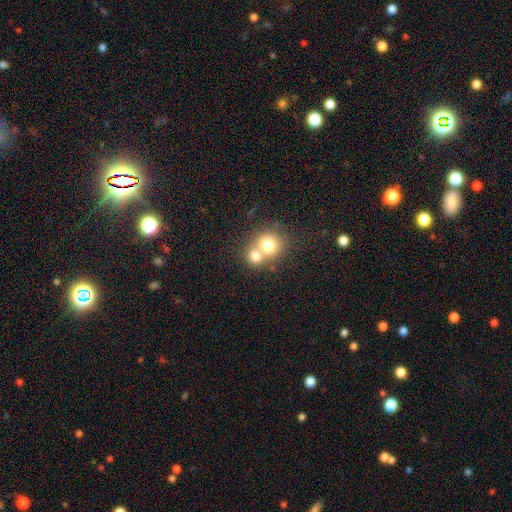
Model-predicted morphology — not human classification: Smooth or featured? smooth (73%)
How rounded? round (78%)
Merging? merger (63%)